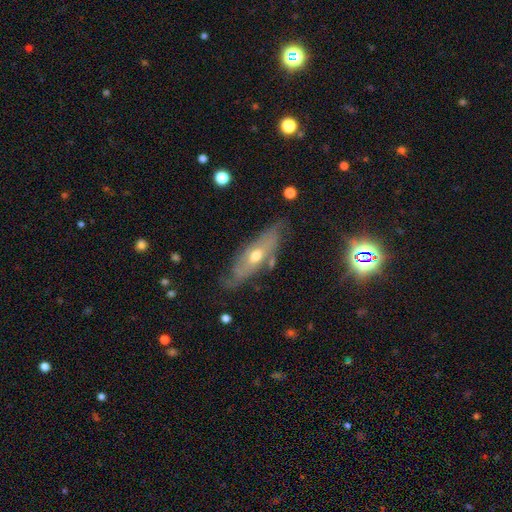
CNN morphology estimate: A featured or disk galaxy (64%).

Vote fractions:
- Smooth or featured? featured or disk: 64% / smooth: 24% / star or artifact: 12%
- Edge-on disk? no: 58% / yes: 42%
- Merging? none: 77% / minor disturbance: 17% / major disturbance: 4% / merger: 2%